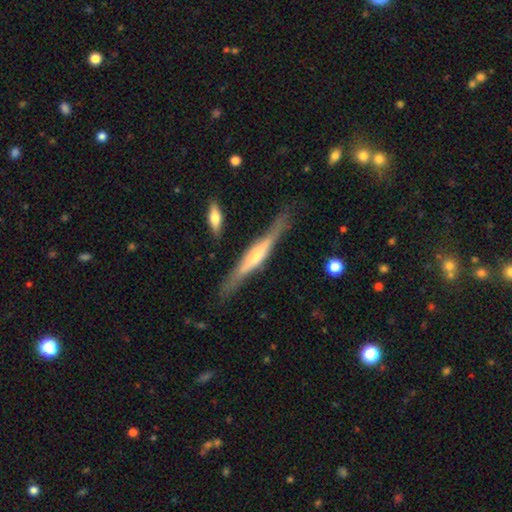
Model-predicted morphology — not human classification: A featured or disk galaxy (69%) viewed edge-on (95%) with a rounded central bulge (68%). Merging: none (74%).